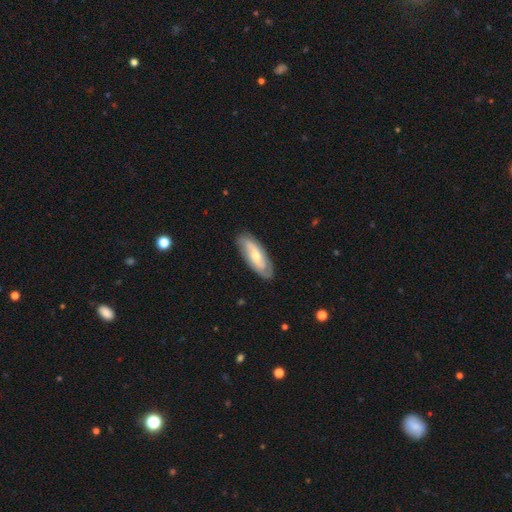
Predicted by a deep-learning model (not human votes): Smooth or featured? Predicted: featured or disk (p=0.56). Edge-on disk? Predicted: no (p=0.85). Merging? Predicted: none (p=0.83).